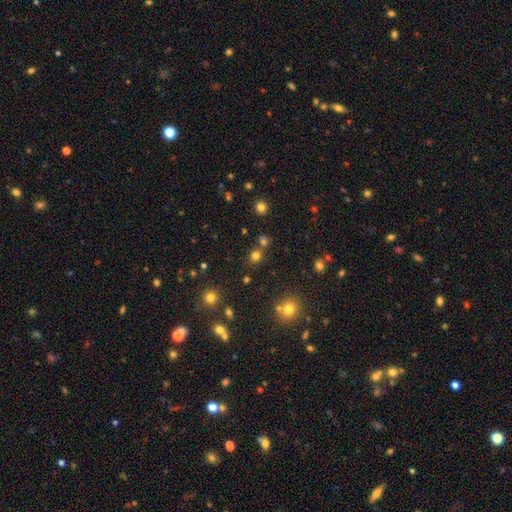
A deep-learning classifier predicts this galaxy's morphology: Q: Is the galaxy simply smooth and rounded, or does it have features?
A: smooth — 72%.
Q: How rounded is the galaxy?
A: round — 82%.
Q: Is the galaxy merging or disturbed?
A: none — 73%.